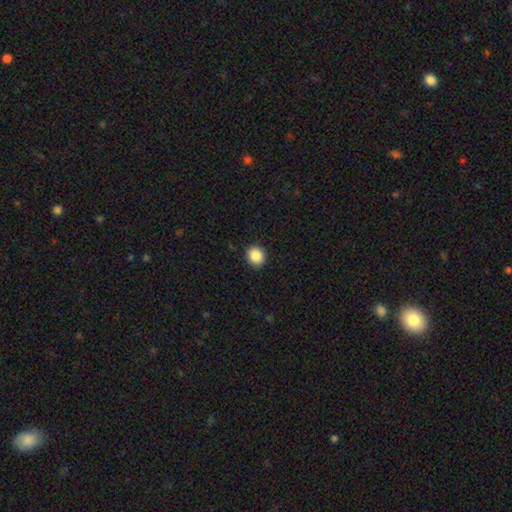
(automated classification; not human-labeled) This is clearly a smooth galaxy (87%). How rounded: likely round (78%). Merging: clearly none (91%).